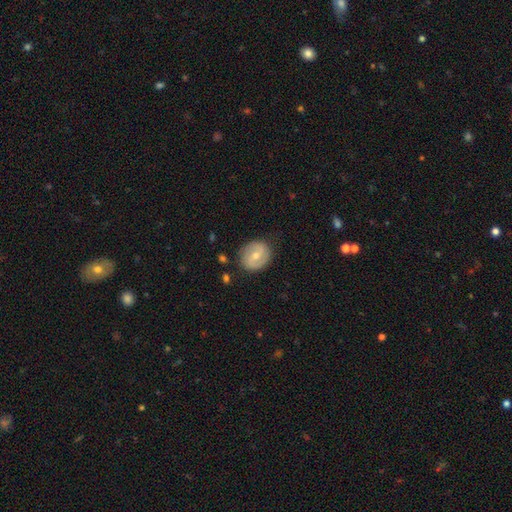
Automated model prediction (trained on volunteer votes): This appears to be a featured or disk galaxy (56%) with a weak bar (47%), spiral arms (76%) and a moderate central bulge (54%). Merging: none (83%).